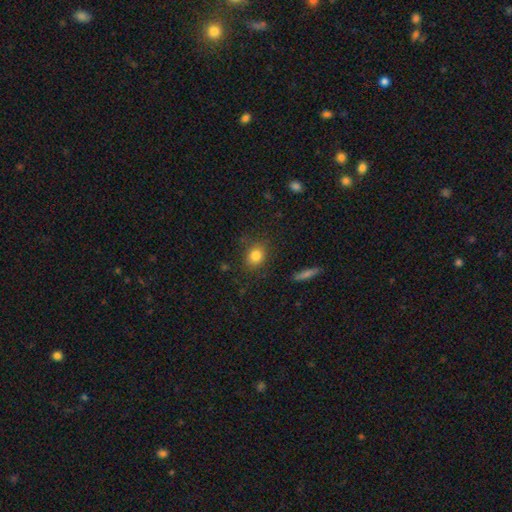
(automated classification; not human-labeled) Smooth or featured? smooth (82%)
How rounded? round (58%)
Merging? none (83%)